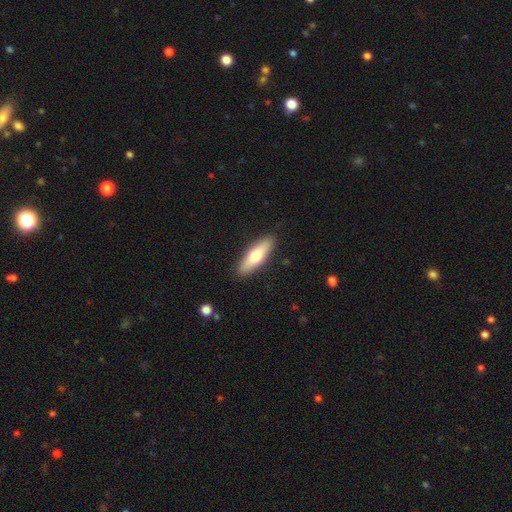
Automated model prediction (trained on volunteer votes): This is likely a smooth galaxy (63%). How rounded: possibly cigar-shaped (56%). Merging: clearly none (89%).